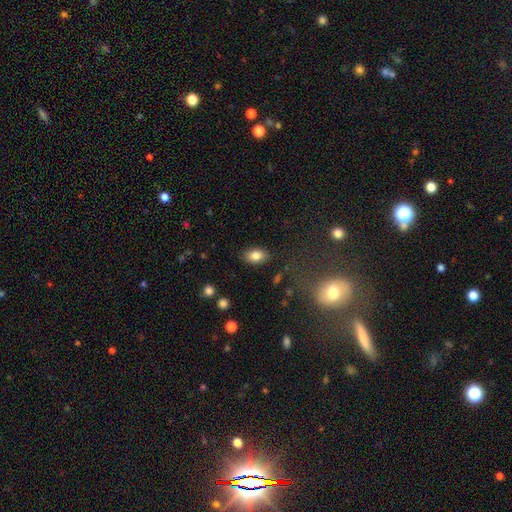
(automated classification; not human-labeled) Smooth or featured? Predicted: smooth (p=0.83). How rounded? Predicted: in between (p=0.86). Merging? Predicted: none (p=0.86).